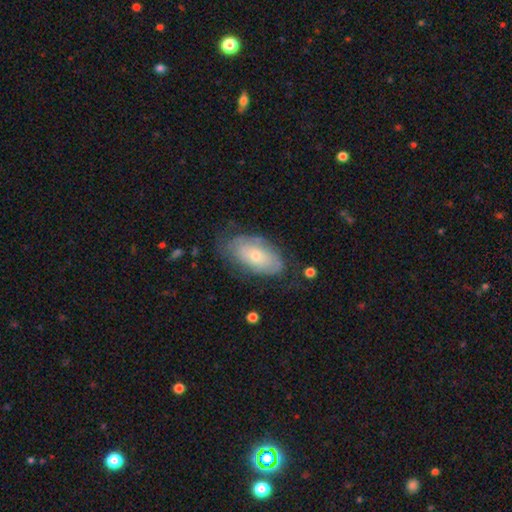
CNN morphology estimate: Smooth or featured: smooth — 50% (featured or disk — 43%)
How rounded: in between — 93% (round — 4%)
Merging: none — 62% (minor disturbance — 25%)